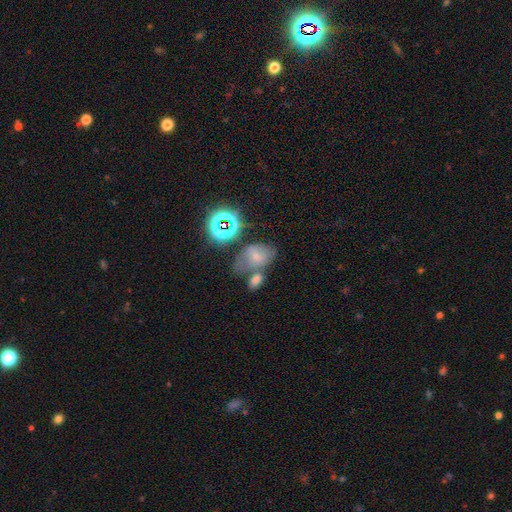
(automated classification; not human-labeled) Smooth or featured? Predicted: smooth (p=0.50). How rounded? Predicted: in between (p=0.79). Merging? Predicted: none (p=0.42).